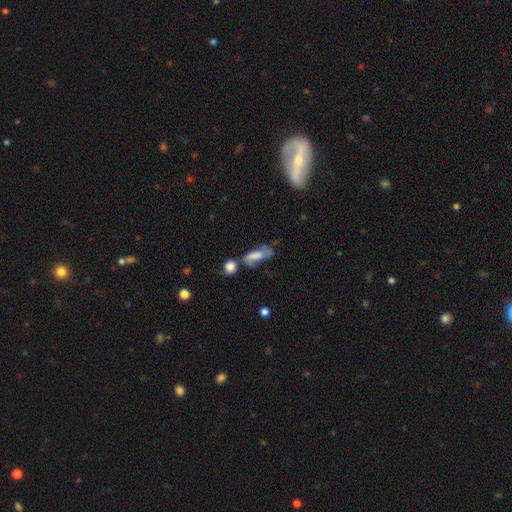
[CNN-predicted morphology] Q: Smooth or featured?
A: smooth (58%); runner-up: featured or disk (32%)
Q: How rounded?
A: in between (72%); runner-up: cigar-shaped (23%)
Q: Merging?
A: none (34%); runner-up: minor disturbance (23%)